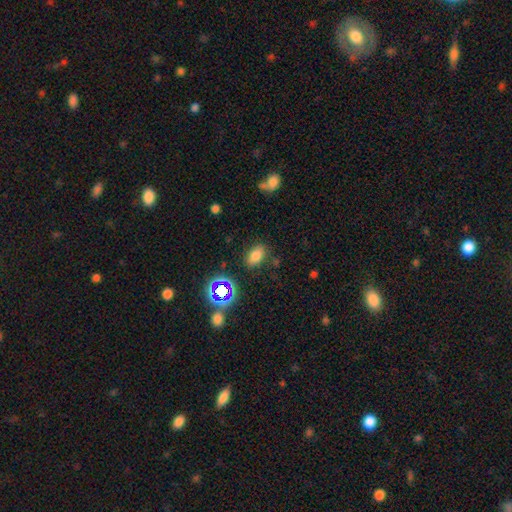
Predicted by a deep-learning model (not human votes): smooth-or-featured: smooth: 75% | star or artifact: 17% | featured or disk: 8%
  how-rounded: in between: 86% | round: 11% | cigar-shaped: 3%
  merging: none: 80% | minor disturbance: 13% | major disturbance: 4% | merger: 3%